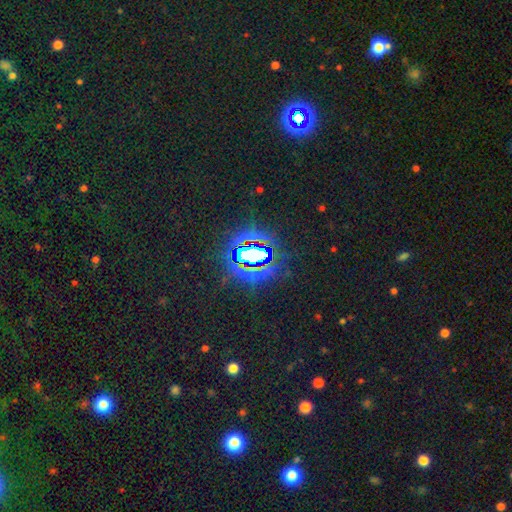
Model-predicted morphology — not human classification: Smooth or featured? Predicted: star or artifact (p=0.79).